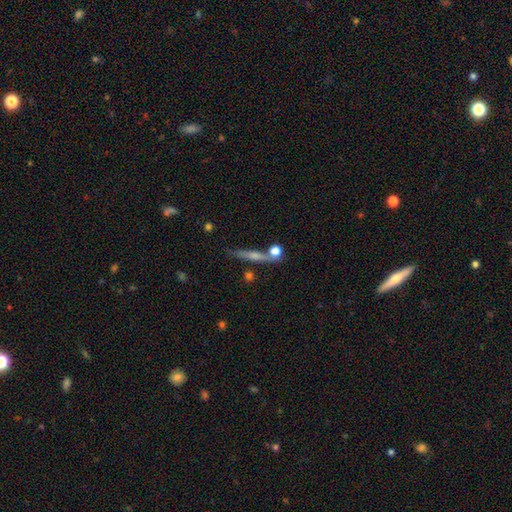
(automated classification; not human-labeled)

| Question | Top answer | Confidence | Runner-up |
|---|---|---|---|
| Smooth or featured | featured or disk | 50% | smooth (39%) |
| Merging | none | 73% | minor disturbance (11%) |